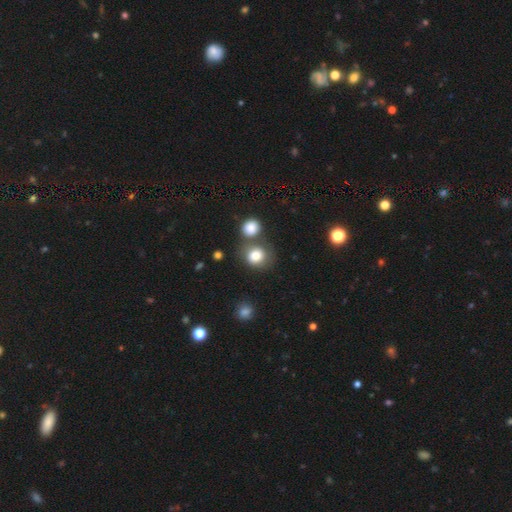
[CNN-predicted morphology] smooth 80%, featured or disk 10%, star or artifact 10%. Down the decision tree: how rounded — round (77%); merging — none (60%).